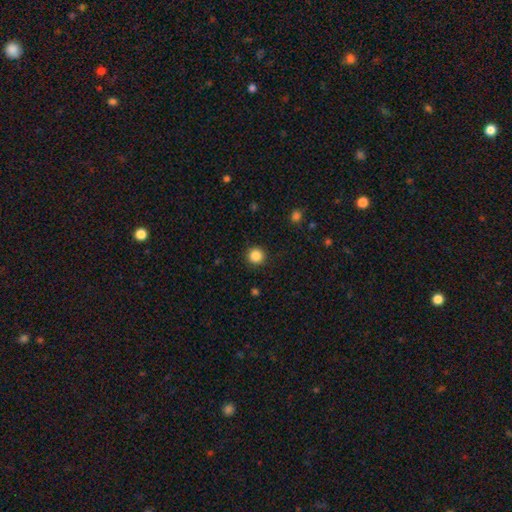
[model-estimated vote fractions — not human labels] A smooth galaxy with no disk features (86%) that is round (96%).

Vote fractions:
- Smooth or featured? smooth: 86% / star or artifact: 11% / featured or disk: 3%
- How rounded? round: 96% / in between: 4% / cigar-shaped: 1%
- Merging? none: 92% / minor disturbance: 5% / major disturbance: 2% / merger: 1%